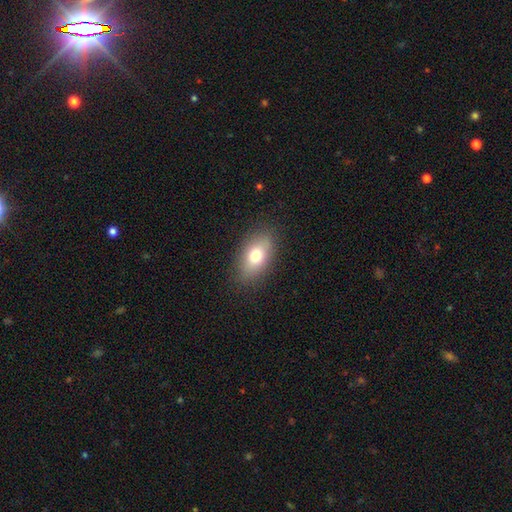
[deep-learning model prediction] Smooth or featured?
  - smooth: 74% *
  - featured or disk: 17%
  - star or artifact: 9%
How rounded?
  - in between: 87% *
  - round: 10%
  - cigar-shaped: 4%
Merging?
  - none: 85% *
  - minor disturbance: 11%
  - major disturbance: 3%
  - merger: 1%